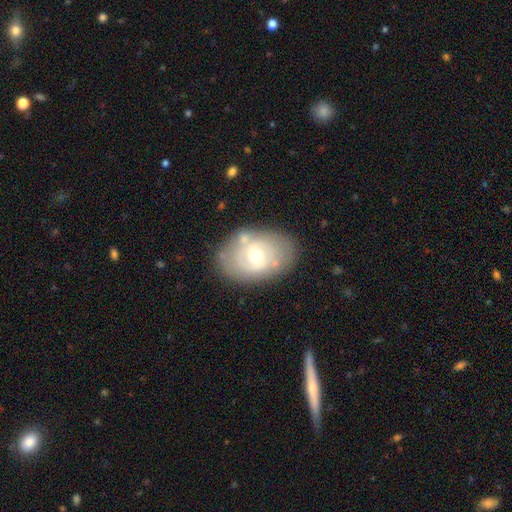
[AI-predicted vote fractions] smooth_or_featured: featured or disk (p=0.57) [alt: smooth p=0.36]
disk_edge_on: no (p=0.94) [alt: yes p=0.06]
bar: no (p=0.53) [alt: weak p=0.38]
has_spiral_arms: no (p=0.52) [alt: yes p=0.48]
bulge_size: moderate (p=0.62) [alt: small p=0.30]
merging: none (p=0.72) [alt: minor disturbance p=0.17]